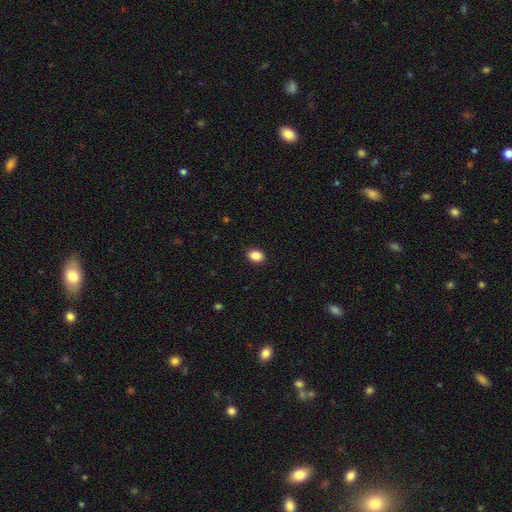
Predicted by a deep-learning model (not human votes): smooth-or-featured: smooth: 88% | star or artifact: 9% | featured or disk: 4%
  how-rounded: in between: 74% | round: 25% | cigar-shaped: 1%
  merging: none: 91% | minor disturbance: 7% | major disturbance: 2% | merger: 1%